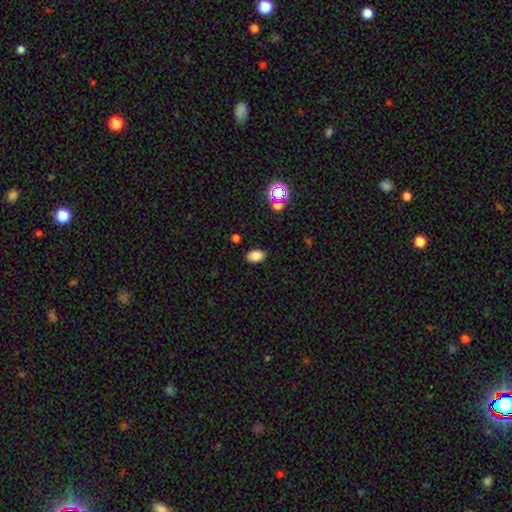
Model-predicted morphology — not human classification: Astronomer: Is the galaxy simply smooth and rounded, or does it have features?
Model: smooth — 82%.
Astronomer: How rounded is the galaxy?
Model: in between — 87%.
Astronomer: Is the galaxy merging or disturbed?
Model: none — 87%.